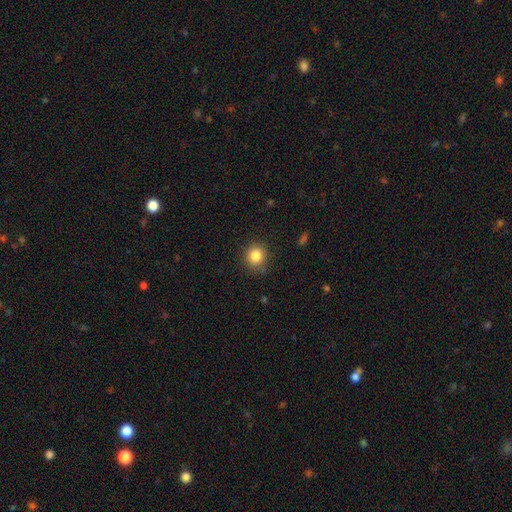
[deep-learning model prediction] This appears to be a smooth galaxy with no disk features (84%) that is round (88%). Merging: none (86%).